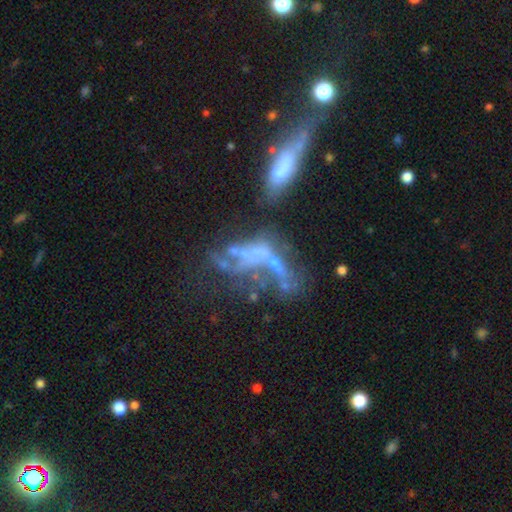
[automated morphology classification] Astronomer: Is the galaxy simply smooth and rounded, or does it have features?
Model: featured or disk — 58%.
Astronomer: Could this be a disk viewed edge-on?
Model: no — 88%.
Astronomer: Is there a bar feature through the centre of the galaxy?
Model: no — 87%.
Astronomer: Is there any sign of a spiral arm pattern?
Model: no — 88%.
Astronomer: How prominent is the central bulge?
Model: none — 76%.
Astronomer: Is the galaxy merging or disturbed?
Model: merger — 44% (runner-up: major disturbance, 28%).